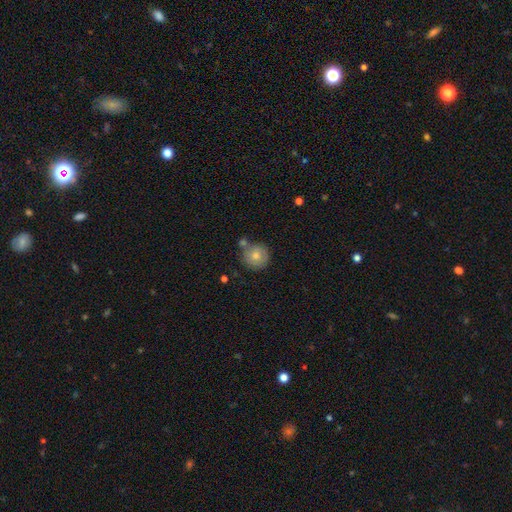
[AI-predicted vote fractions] A smooth galaxy with no disk features (76%) that is round (93%).

Vote fractions:
- Smooth or featured? smooth: 76% / featured or disk: 16% / star or artifact: 8%
- How rounded? round: 93% / in between: 6% / cigar-shaped: 1%
- Merging? none: 66% / merger: 17% / minor disturbance: 14% / major disturbance: 4%